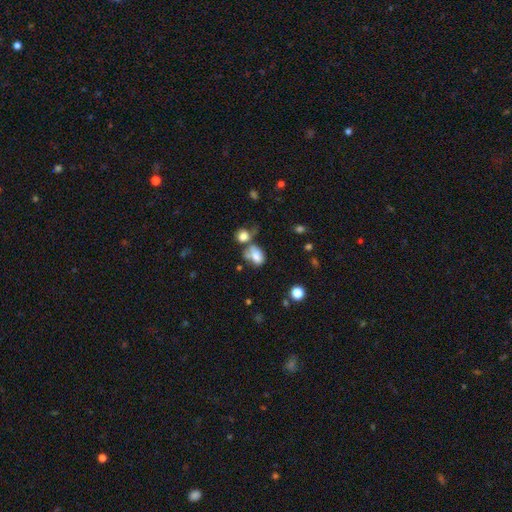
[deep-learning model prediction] Smooth or featured: smooth — 72% (featured or disk — 17%)
How rounded: in between — 71% (round — 27%)
Merging: merger — 39% (none — 27%)